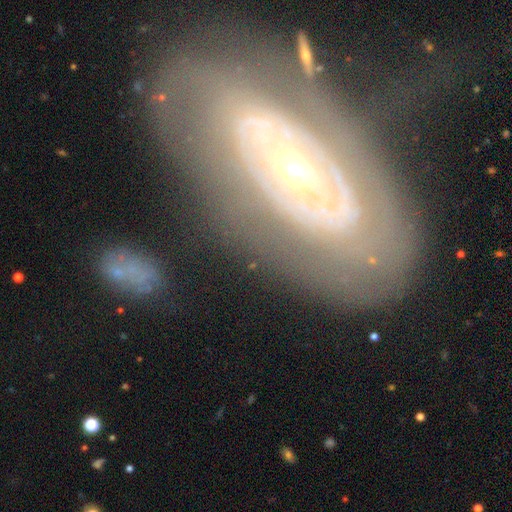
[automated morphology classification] Smooth or featured? Predicted: featured or disk (p=0.80). Edge-on disk? Predicted: no (p=0.92). Bar? Predicted: no (p=0.67). Spiral arms? Predicted: yes (p=0.65). Bulge size? Predicted: small (p=0.62). Merging? Predicted: none (p=0.62).